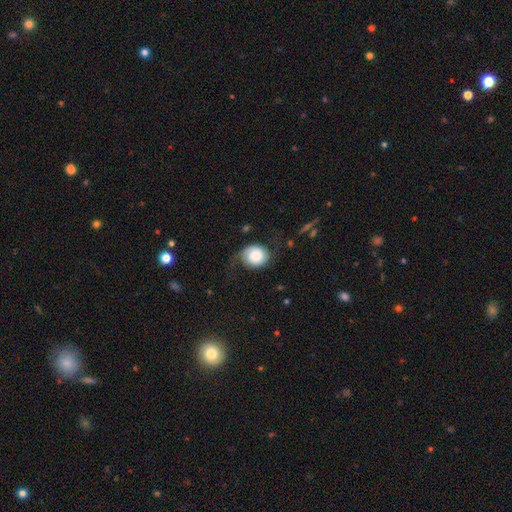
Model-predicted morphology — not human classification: smooth 51%, featured or disk 41%, star or artifact 8%. Down the decision tree: how rounded — round (73%); merging — none (52%).